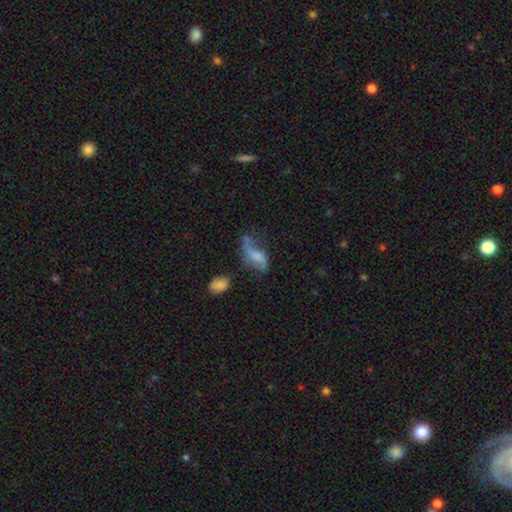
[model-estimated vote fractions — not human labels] Smooth or featured? featured or disk (47%)
Merging? major disturbance (35%)